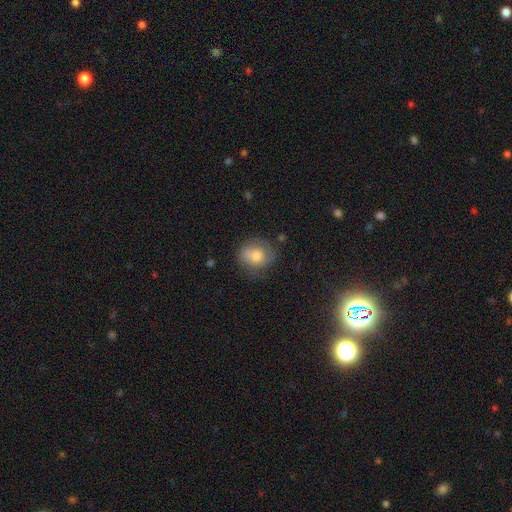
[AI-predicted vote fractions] smooth_or_featured: smooth (p=0.65) [alt: featured or disk p=0.26]
how_rounded: round (p=0.77) [alt: in between p=0.22]
merging: none (p=0.65) [alt: minor disturbance p=0.24]